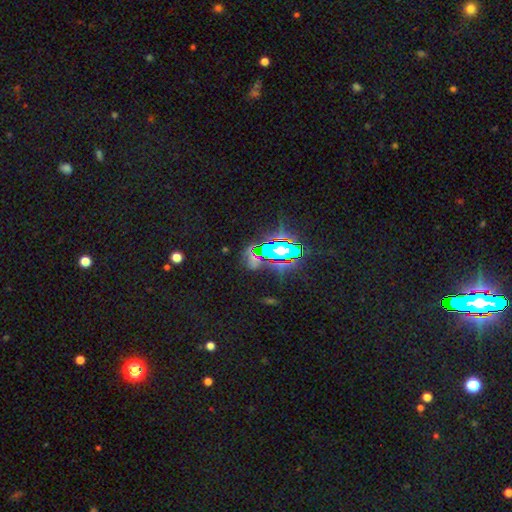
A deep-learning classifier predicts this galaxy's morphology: A star or artifact, not a galaxy (64%).

Vote fractions:
- Smooth or featured? star or artifact: 64% / smooth: 21% / featured or disk: 15%